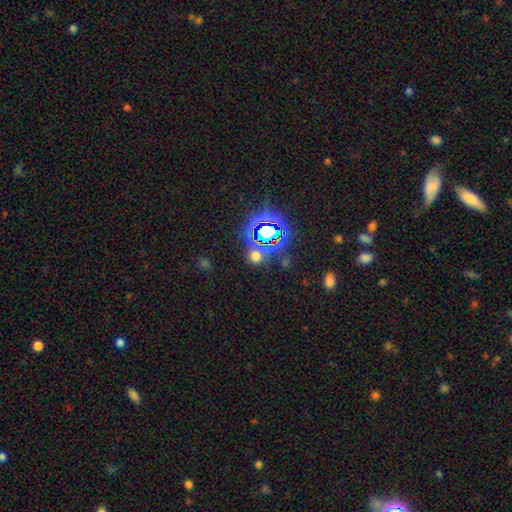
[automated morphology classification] This appears to be a star or artifact, not a galaxy (49%).